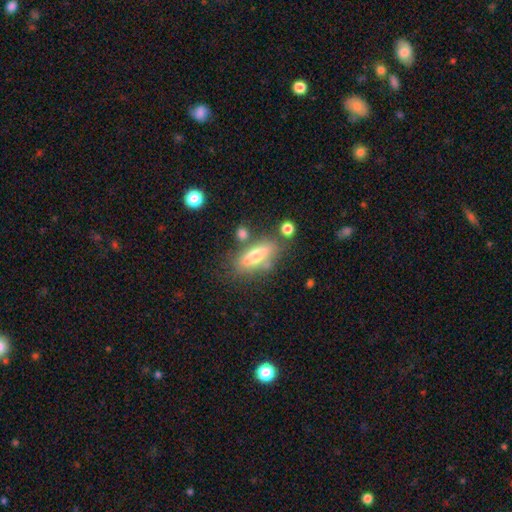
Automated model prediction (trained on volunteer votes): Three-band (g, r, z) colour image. It shows a smooth galaxy with no disk features (57%) that is in between round and cigar-shaped (52%). Merging: none (69%).